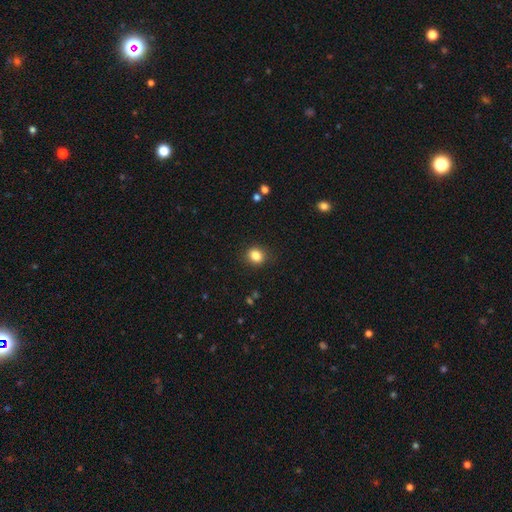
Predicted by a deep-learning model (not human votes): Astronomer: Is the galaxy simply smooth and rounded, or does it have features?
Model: smooth — 85%.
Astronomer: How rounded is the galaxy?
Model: round — 65%.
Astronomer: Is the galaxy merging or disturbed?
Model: none — 88%.